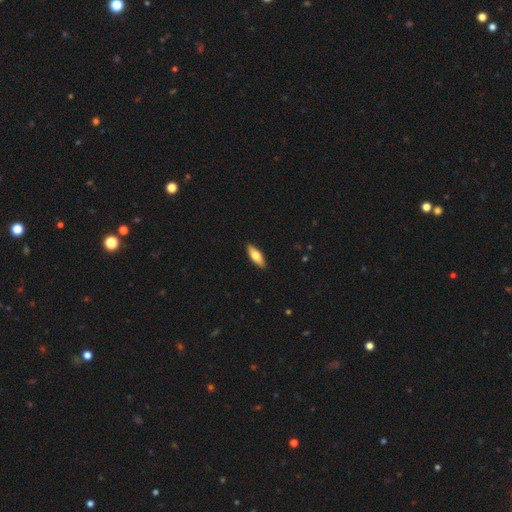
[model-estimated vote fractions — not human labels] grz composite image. It shows a smooth galaxy with no disk features (66%) that is in between round and cigar-shaped (61%). Merging: none (90%).